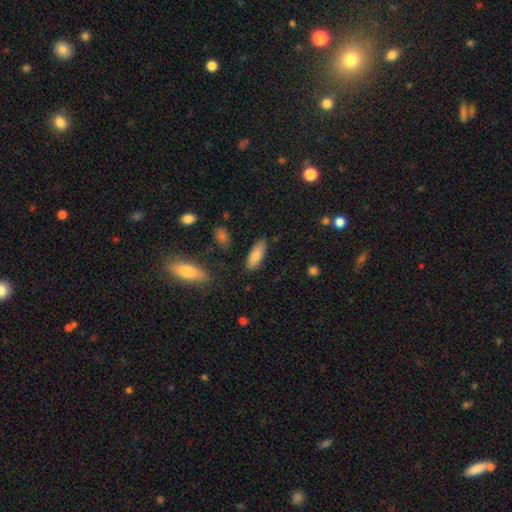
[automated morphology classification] This appears to be a smooth galaxy with no disk features (85%) that is in between round and cigar-shaped (73%). Merging: none (82%).